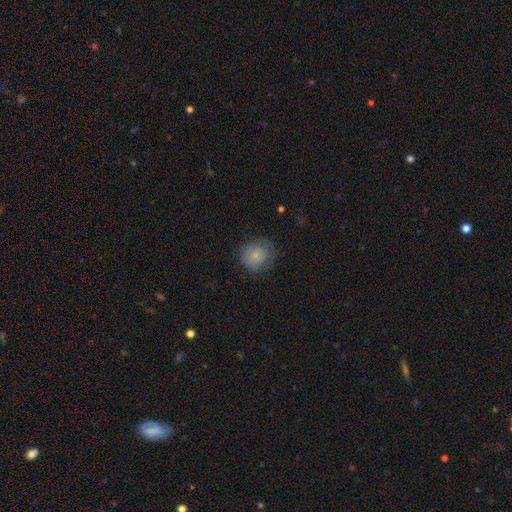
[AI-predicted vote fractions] smooth-or-featured: smooth: 75% | featured or disk: 17% | star or artifact: 8%
  how-rounded: round: 75% | in between: 24% | cigar-shaped: 1%
  merging: none: 67% | minor disturbance: 22% | major disturbance: 10% | merger: 1%